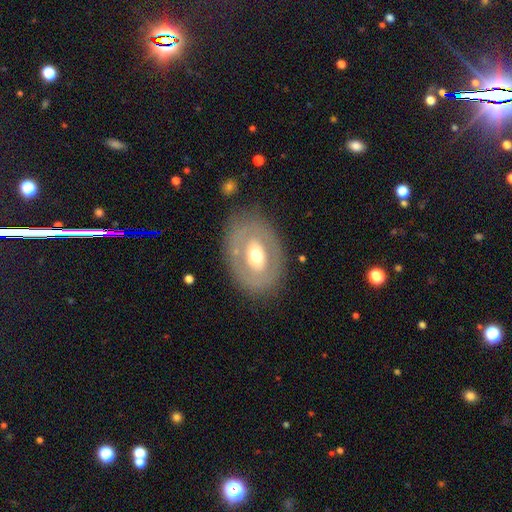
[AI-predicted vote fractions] smooth_or_featured: featured or disk (p=0.52) [alt: smooth p=0.41]
disk_edge_on: no (p=0.91) [alt: yes p=0.09]
merging: none (p=0.76) [alt: minor disturbance p=0.14]